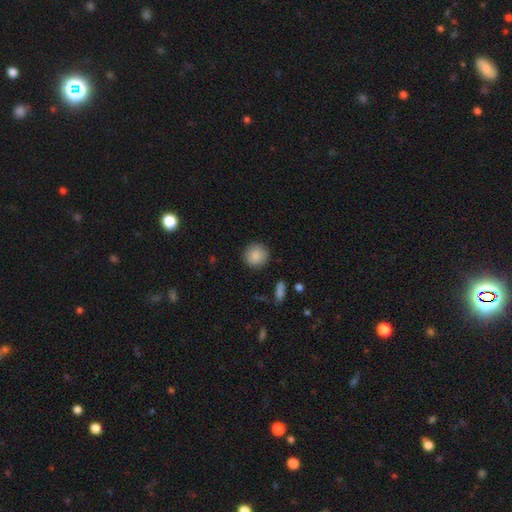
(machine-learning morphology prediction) This is clearly a smooth galaxy (87%). How rounded: clearly round (91%). Merging: clearly none (87%).